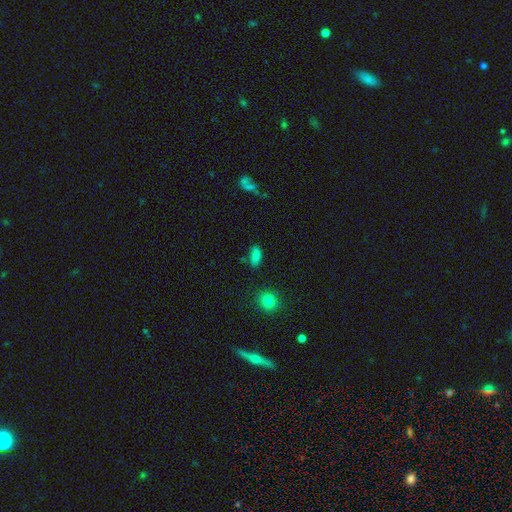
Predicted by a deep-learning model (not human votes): Smooth or featured? Predicted: smooth (p=0.79). How rounded? Predicted: in between (p=0.87). Merging? Predicted: none (p=0.68).